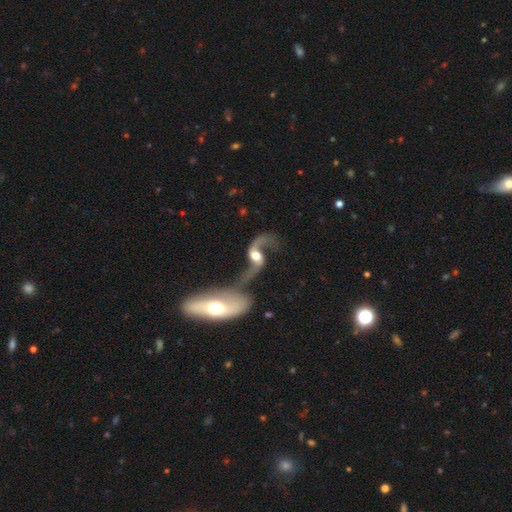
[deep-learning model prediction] A featured or disk galaxy (86%) with no bar (45%), 2 (89%) loose (85%) spiral arms (93%) and a moderate central bulge (60%).

Vote fractions:
- Smooth or featured? featured or disk: 86% / smooth: 9% / star or artifact: 6%
- Edge-on disk? no: 95% / yes: 5%
- Bar? no: 45% / weak: 37% / strong: 18%
- Spiral arms? yes: 93% / no: 7%
- Spiral winding? loose: 85% / medium: 12% / tight: 3%
- Spiral arm count? 2: 89% / 1: 6% / can't tell: 2% / 3: 1% / 4: 1% / more than 4: 1%
- Bulge size? moderate: 60% / large: 23% / small: 12% / dominant: 3% / none: 2%
- Merging? merger: 51% / none: 26% / major disturbance: 13% / minor disturbance: 10%